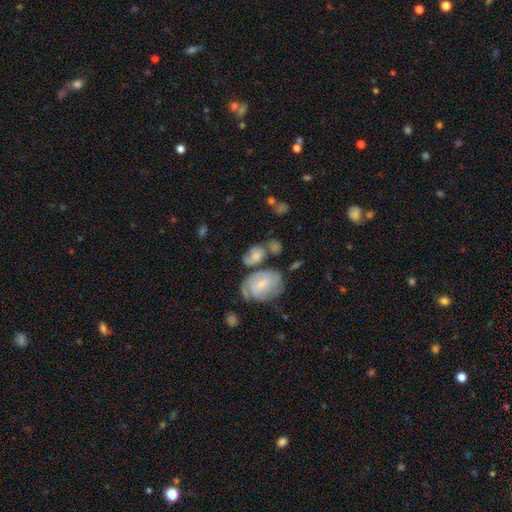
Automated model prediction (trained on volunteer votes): smooth 51%, featured or disk 40%, star or artifact 9%. Down the decision tree: how rounded — in between (71%); merging — none (39%).